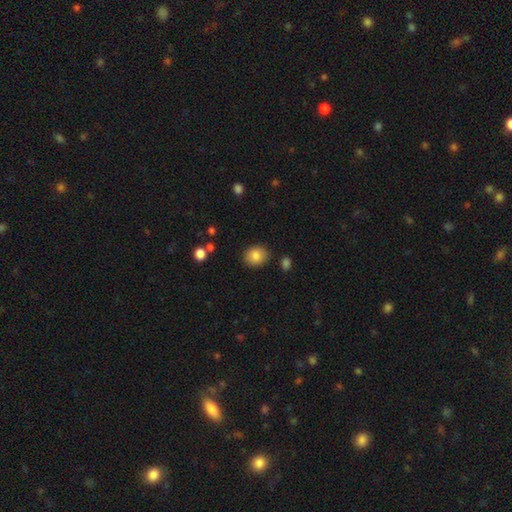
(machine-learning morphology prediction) Smooth or featured?
  - smooth: 85% *
  - star or artifact: 9%
  - featured or disk: 7%
How rounded?
  - round: 62% *
  - in between: 37%
  - cigar-shaped: 1%
Merging?
  - none: 85% *
  - minor disturbance: 9%
  - major disturbance: 3%
  - merger: 2%